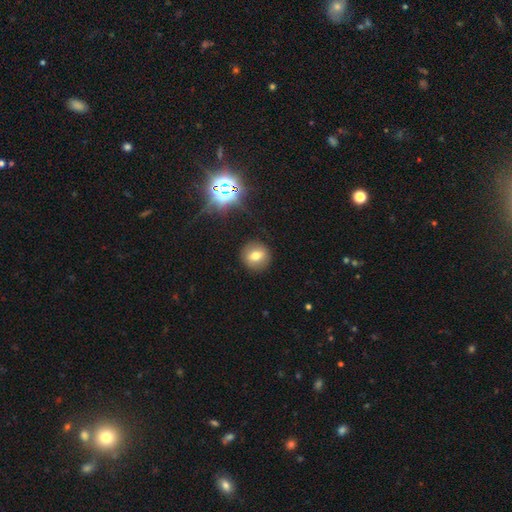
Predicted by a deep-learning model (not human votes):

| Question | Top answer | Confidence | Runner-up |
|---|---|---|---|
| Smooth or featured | smooth | 67% | featured or disk (18%) |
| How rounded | round | 86% | in between (13%) |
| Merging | none | 90% | minor disturbance (7%) |